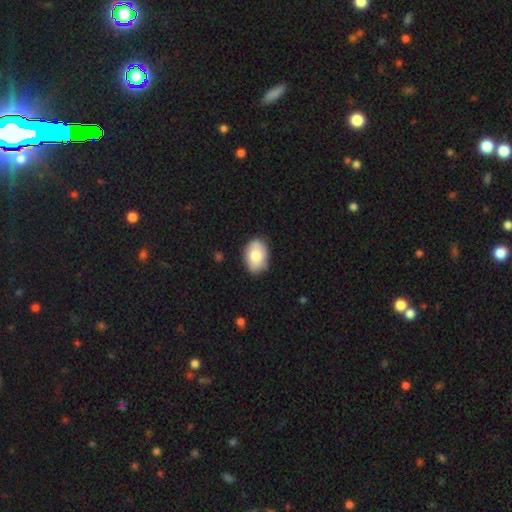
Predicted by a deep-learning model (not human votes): Overall: smooth (76%). How rounded: in between (85%). Merging: none (78%).